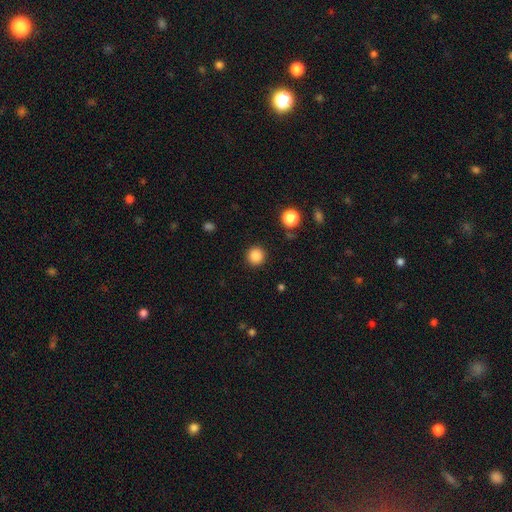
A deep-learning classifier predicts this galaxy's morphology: Smooth or featured?
  - smooth: 86% *
  - star or artifact: 11%
  - featured or disk: 3%
How rounded?
  - round: 95% *
  - in between: 4%
  - cigar-shaped: 1%
Merging?
  - none: 92% *
  - minor disturbance: 5%
  - major disturbance: 2%
  - merger: 1%